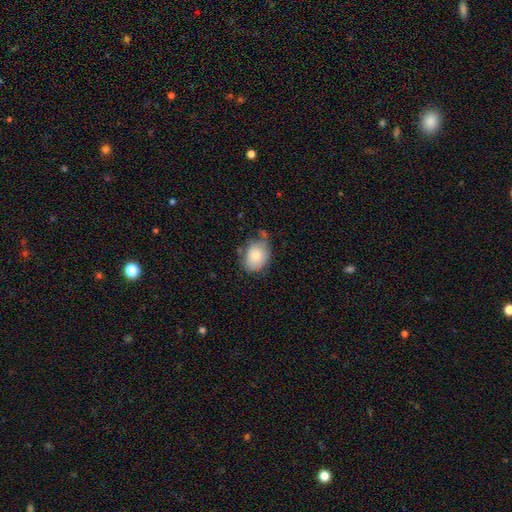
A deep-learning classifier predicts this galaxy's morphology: type=smooth (80%); roundness=in between (67%); merging=none (56%).